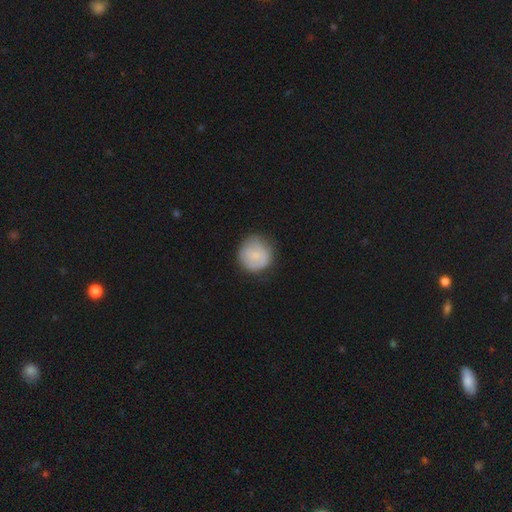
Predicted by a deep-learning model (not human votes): A smooth galaxy with no disk features (71%) that is round (93%). Merging: none (73%).